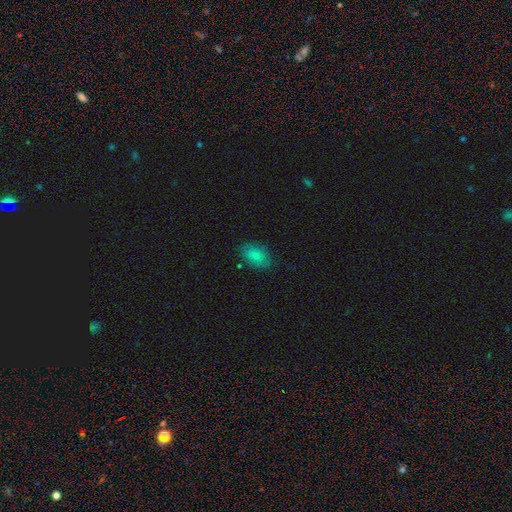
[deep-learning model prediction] A smooth galaxy with no disk features (74%) that is in between round and cigar-shaped (86%). Merging: none (77%).